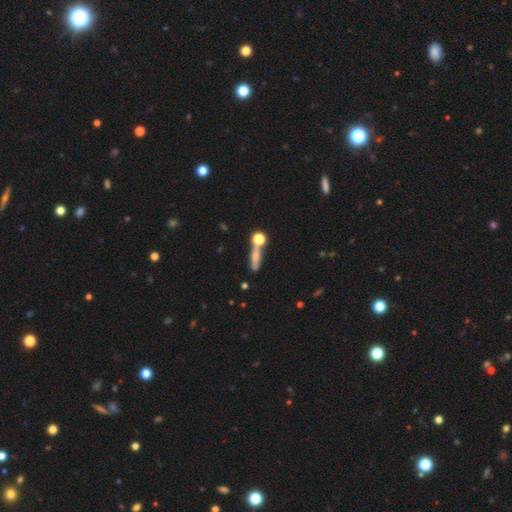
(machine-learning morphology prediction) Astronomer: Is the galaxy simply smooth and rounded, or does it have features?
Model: smooth — 59%.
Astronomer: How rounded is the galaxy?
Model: cigar-shaped — 59%.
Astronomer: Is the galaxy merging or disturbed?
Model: none — 54%.